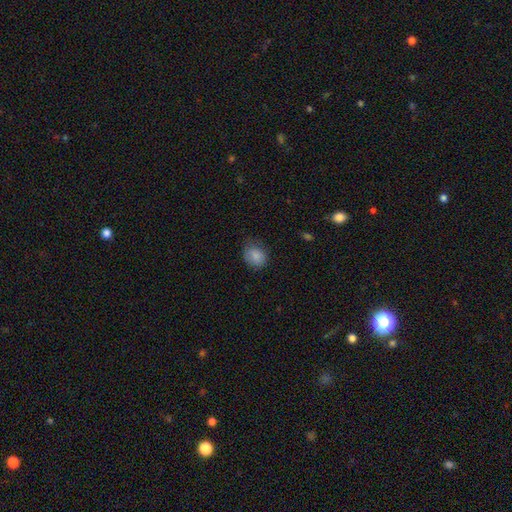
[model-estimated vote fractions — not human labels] A smooth galaxy with no disk features (86%) that is round (62%). Merging: none (65%).